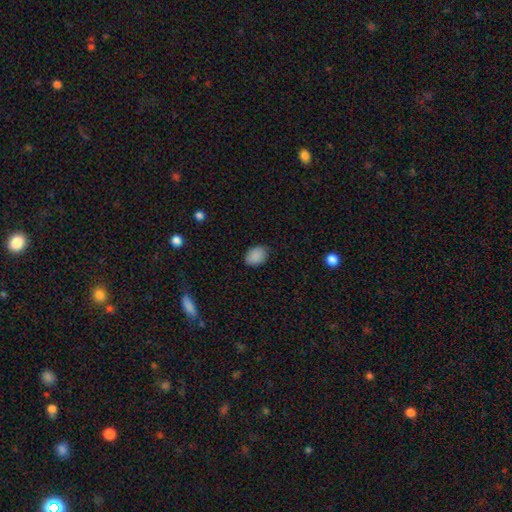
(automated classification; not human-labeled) A smooth galaxy with no disk features (89%) that is in between round and cigar-shaped (80%).

Vote fractions:
- Smooth or featured? smooth: 89% / star or artifact: 8% / featured or disk: 3%
- How rounded? in between: 80% / round: 19% / cigar-shaped: 1%
- Merging? none: 84% / minor disturbance: 12% / major disturbance: 3% / merger: 1%